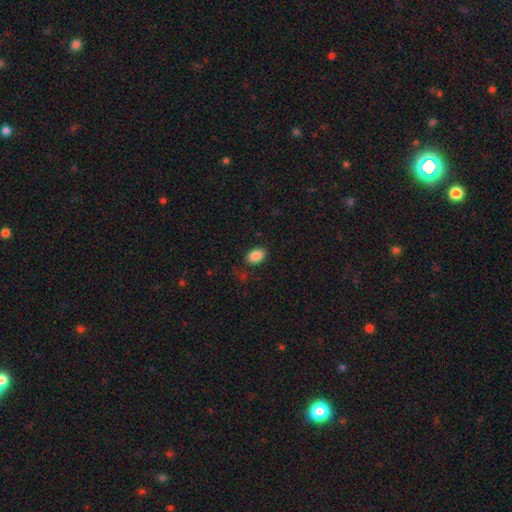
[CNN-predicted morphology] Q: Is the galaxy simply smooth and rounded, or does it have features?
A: smooth — 87%.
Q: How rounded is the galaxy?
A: in between — 84%.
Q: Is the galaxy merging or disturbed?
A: none — 83%.